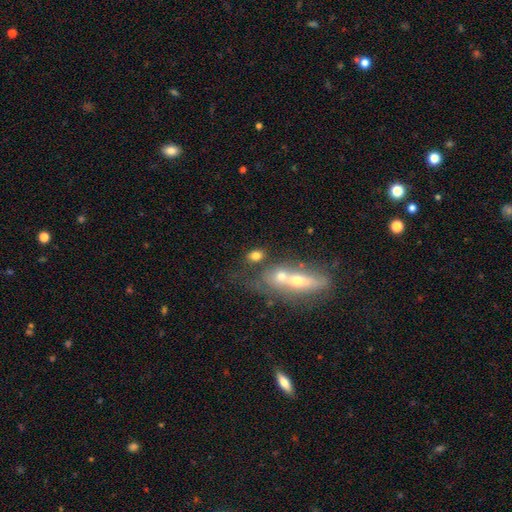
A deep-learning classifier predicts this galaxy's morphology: Smooth or featured: smooth — 72% (featured or disk — 17%)
How rounded: in between — 68% (round — 25%)
Merging: none — 50% (merger — 32%)